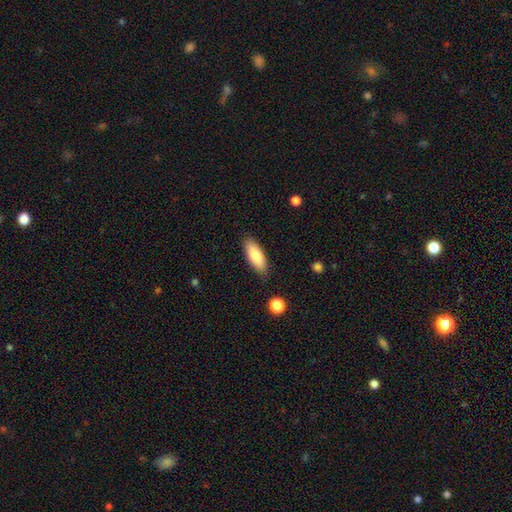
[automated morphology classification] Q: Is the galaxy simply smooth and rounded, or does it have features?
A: smooth — 80%.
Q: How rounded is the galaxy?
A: in between — 72%.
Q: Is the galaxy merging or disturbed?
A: none — 85%.